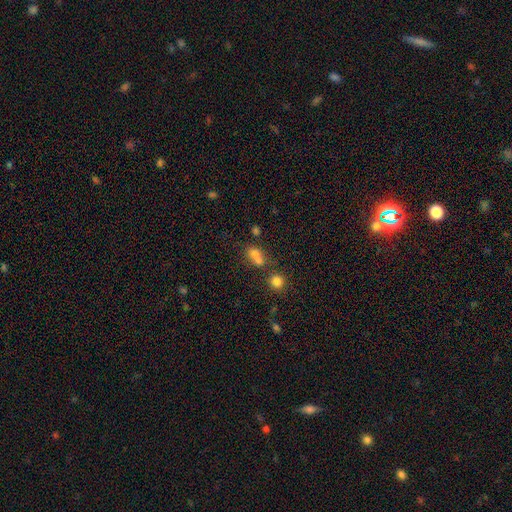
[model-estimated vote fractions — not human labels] Smooth or featured? Predicted: smooth (p=0.71). How rounded? Predicted: round (p=0.56). Merging? Predicted: merger (p=0.59).